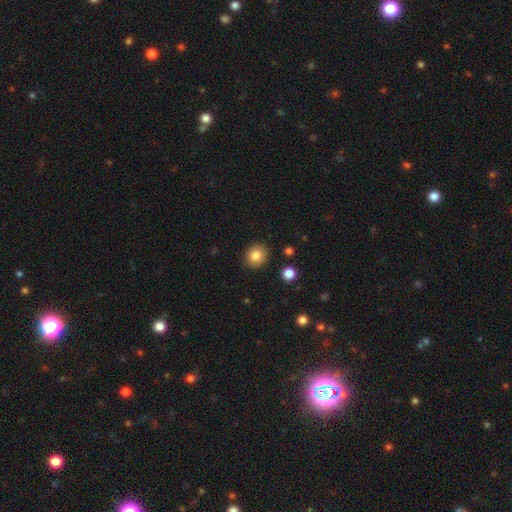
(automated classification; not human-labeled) smooth-or-featured: smooth: 83% | star or artifact: 10% | featured or disk: 7%
  how-rounded: round: 81% | in between: 18% | cigar-shaped: 1%
  merging: none: 89% | minor disturbance: 7% | major disturbance: 2% | merger: 2%